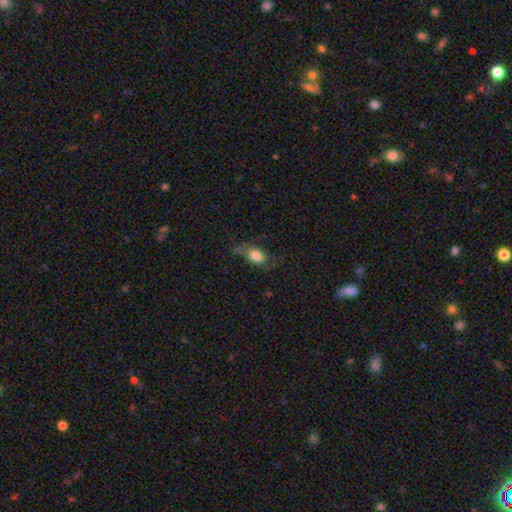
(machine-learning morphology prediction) This is likely a smooth galaxy (75%). How rounded: clearly in between (81%). Merging: possibly none (49%).